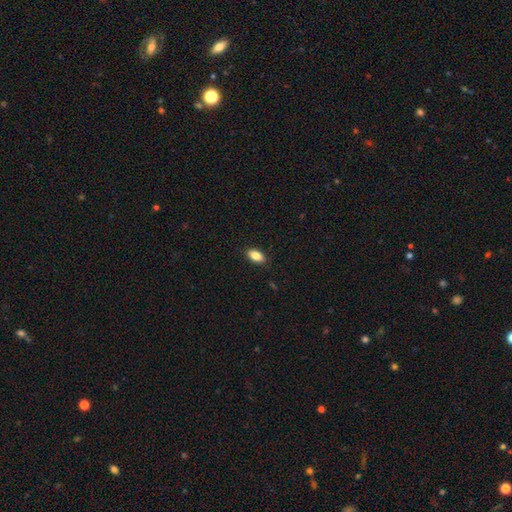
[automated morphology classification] smooth_or_featured: smooth (p=0.85) [alt: star or artifact p=0.08]
how_rounded: in between (p=0.90) [alt: cigar-shaped p=0.05]
merging: none (p=0.89) [alt: minor disturbance p=0.09]